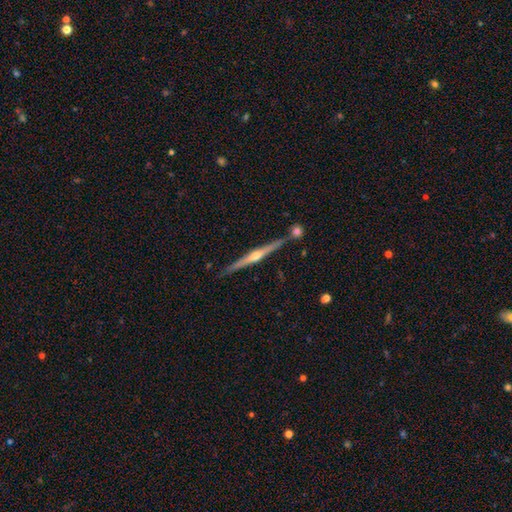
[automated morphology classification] Smooth or featured?
  - featured or disk: 80% *
  - smooth: 14%
  - star or artifact: 6%
Edge-on disk?
  - yes: 98% *
  - no: 2%
Edge-on bulge?
  - rounded: 87% *
  - none: 8%
  - boxy: 5%
Merging?
  - none: 82% *
  - minor disturbance: 9%
  - merger: 6%
  - major disturbance: 2%